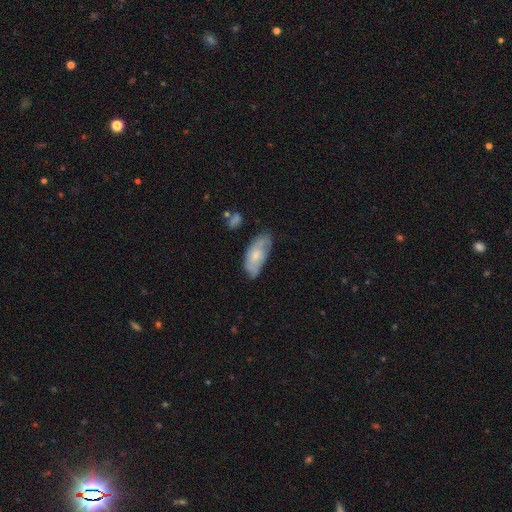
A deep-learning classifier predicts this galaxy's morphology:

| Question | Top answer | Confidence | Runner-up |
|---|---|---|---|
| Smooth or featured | smooth | 51% | featured or disk (43%) |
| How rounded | in between | 88% | cigar-shaped (10%) |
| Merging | none | 55% | minor disturbance (33%) |